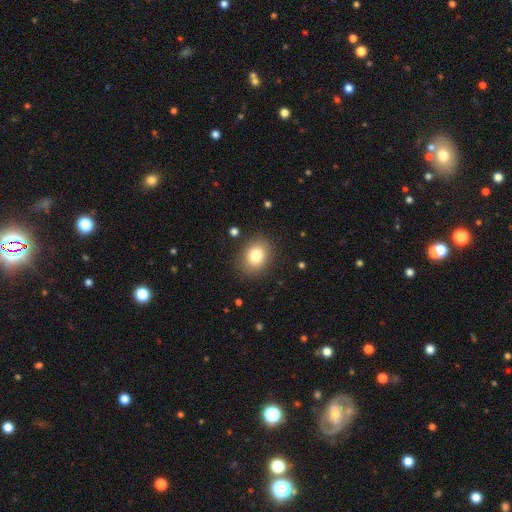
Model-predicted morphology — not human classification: smooth 81%, star or artifact 10%, featured or disk 9%. Down the decision tree: how rounded — in between (54%); merging — none (86%).